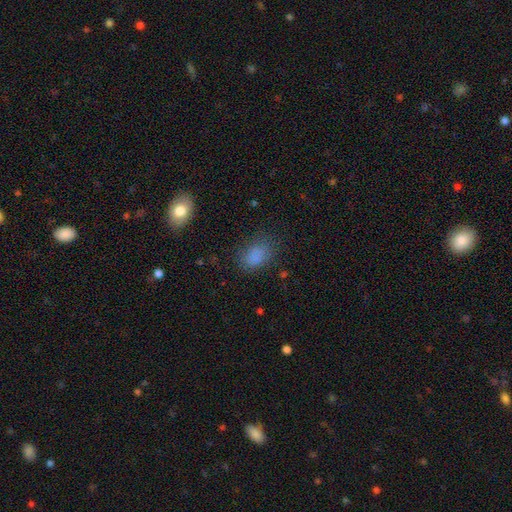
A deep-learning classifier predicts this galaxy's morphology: Smooth or featured? Predicted: smooth (p=0.80). How rounded? Predicted: in between (p=0.80). Merging? Predicted: none (p=0.69).